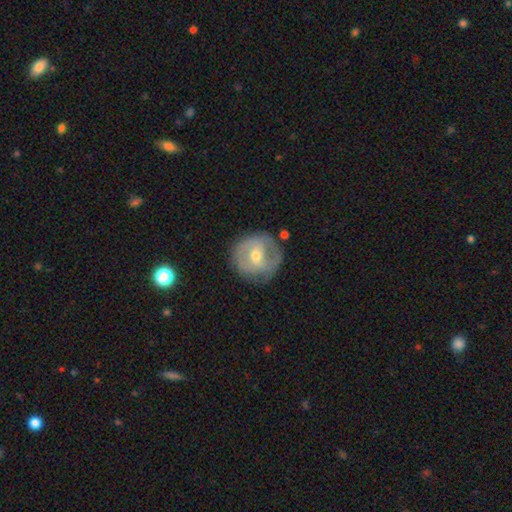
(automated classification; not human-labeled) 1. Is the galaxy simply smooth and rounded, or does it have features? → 66% featured or disk, 27% smooth, 6% star or artifact.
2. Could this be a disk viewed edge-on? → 97% no, 3% yes.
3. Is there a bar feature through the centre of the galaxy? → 48% weak, 32% no, 20% strong.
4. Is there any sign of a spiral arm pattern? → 73% yes, 27% no.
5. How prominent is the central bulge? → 61% moderate, 34% small, 2% large, 1% none, 1% dominant.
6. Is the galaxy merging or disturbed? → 74% none, 17% minor disturbance, 7% major disturbance, 2% merger.